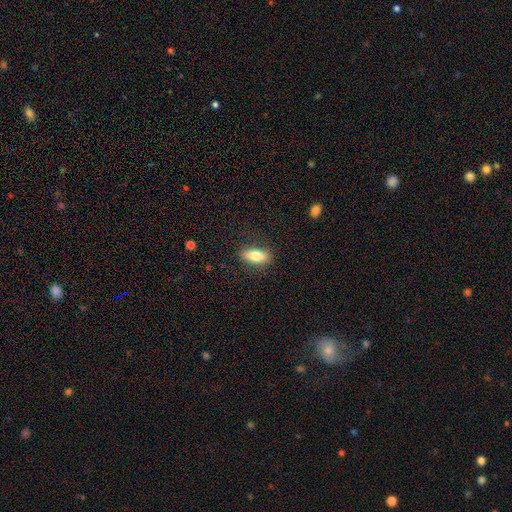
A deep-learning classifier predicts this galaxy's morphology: Q: Smooth or featured?
A: smooth (79%); runner-up: featured or disk (14%)
Q: How rounded?
A: in between (79%); runner-up: cigar-shaped (17%)
Q: Merging?
A: none (82%); runner-up: minor disturbance (12%)